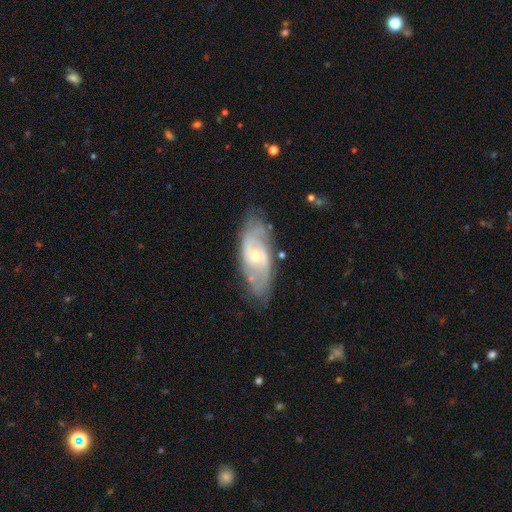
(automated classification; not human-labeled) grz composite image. It shows a featured or disk galaxy (81%) with no bar (58%), 2 (49%) tight (45%) spiral arms (91%) and a small central bulge (55%). Merging: none (75%).